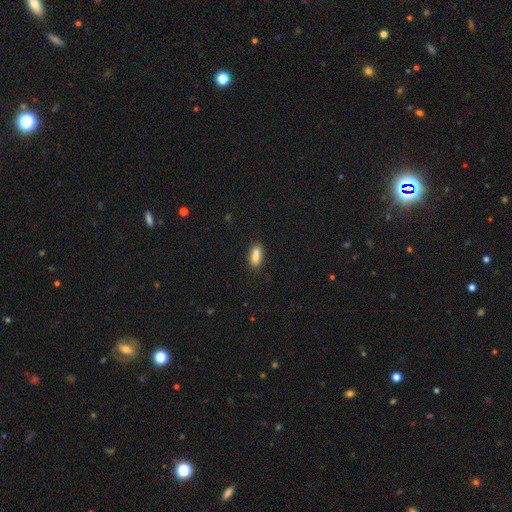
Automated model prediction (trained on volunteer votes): Overall: smooth (71%). How rounded: in between (74%). Merging: merger (51%; none 35%).